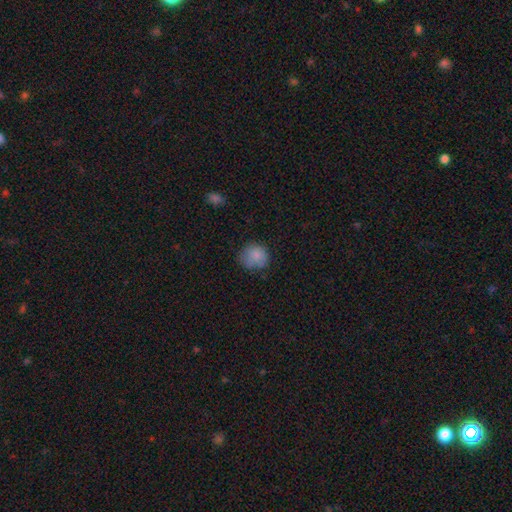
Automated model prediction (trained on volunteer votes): Morphology: type=smooth (82%); roundness=round (78%); merging=none (65%).